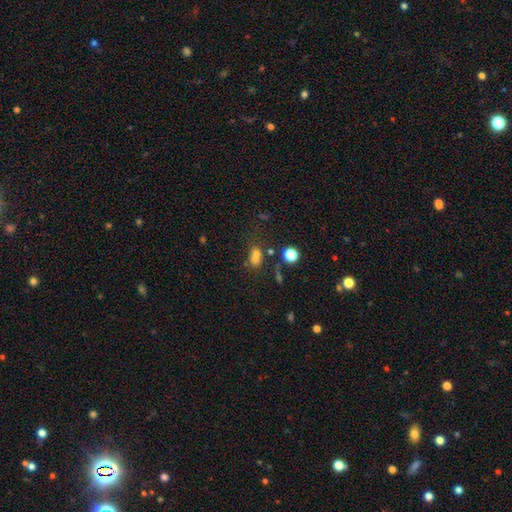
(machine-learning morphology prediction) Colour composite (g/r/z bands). It shows a smooth galaxy with no disk features (64%) that is in between round and cigar-shaped (69%). Merging: none (51%).